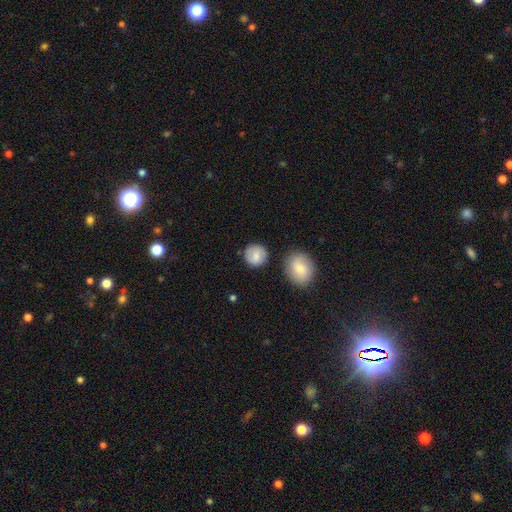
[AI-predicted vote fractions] This is likely a smooth galaxy (75%). How rounded: clearly round (90%). Merging: likely none (80%).